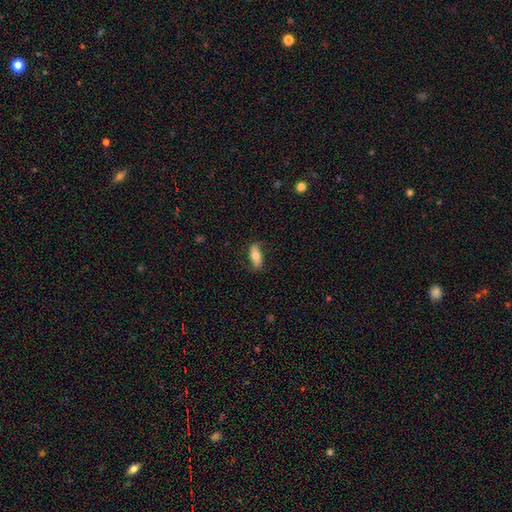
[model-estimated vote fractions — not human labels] The model was most divided on "smooth or featured": smooth: 67%, featured or disk: 26%, star or artifact: 6%. More confident: how rounded — in between (78%); merging — none (77%).